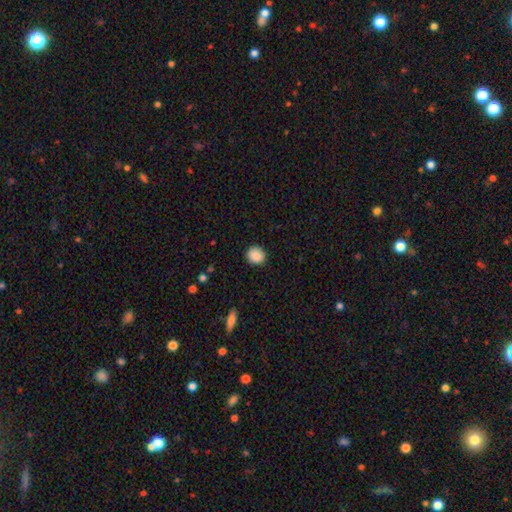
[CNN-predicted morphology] The model was most divided on "how rounded": round: 81%, in between: 18%, cigar-shaped: 1%. More confident: merging — none (89%); smooth or featured — smooth (89%).